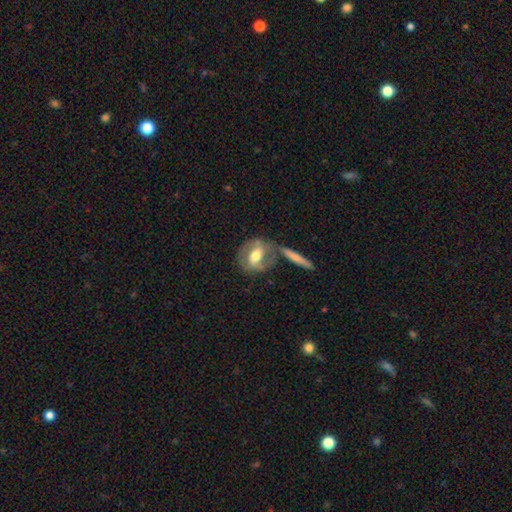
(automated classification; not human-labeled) Smooth or featured: featured or disk — 59% (smooth — 35%)
Edge-on disk: no — 88% (yes — 12%)
Bar: weak — 40% (strong — 37%)
Spiral arms: yes — 68% (no — 32%)
Bulge size: moderate — 68% (large — 18%)
Merging: none — 54% (merger — 20%)